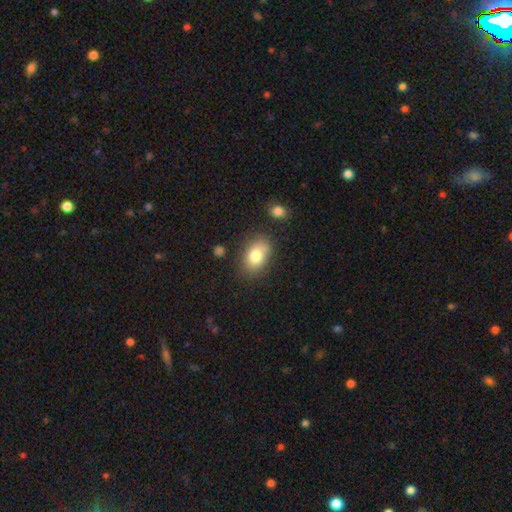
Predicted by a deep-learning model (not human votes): smooth_or_featured: smooth (p=0.80) [alt: featured or disk p=0.12]
how_rounded: in between (p=0.79) [alt: round p=0.20]
merging: none (p=0.76) [alt: minor disturbance p=0.16]